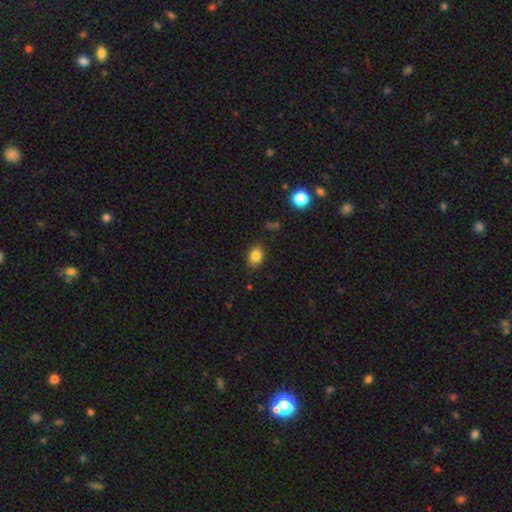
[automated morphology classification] A smooth galaxy with no disk features (84%) that is in between round and cigar-shaped (72%). Merging: none (84%).